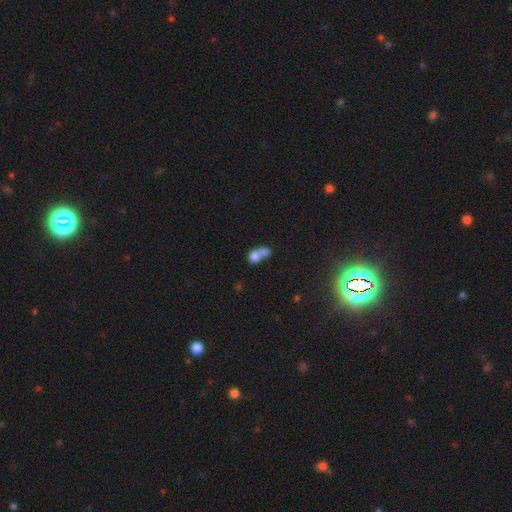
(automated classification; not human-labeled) A smooth galaxy with no disk features (74%) that is round (57%).

Vote fractions:
- Smooth or featured? smooth: 74% / featured or disk: 16% / star or artifact: 10%
- How rounded? round: 57% / in between: 41% / cigar-shaped: 2%
- Merging? merger: 73% / none: 18% / minor disturbance: 5% / major disturbance: 4%